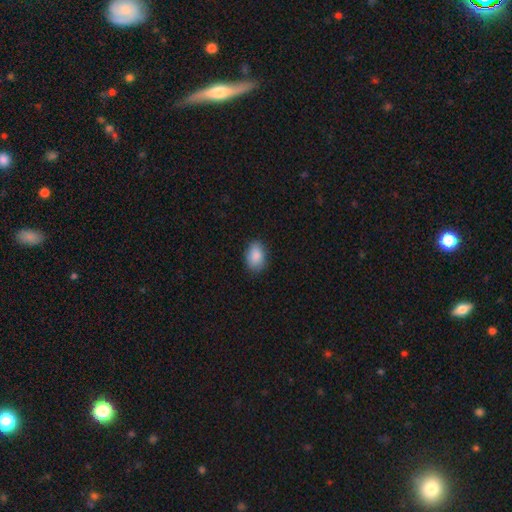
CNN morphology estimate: Q: Smooth or featured?
A: smooth (88%); runner-up: star or artifact (7%)
Q: How rounded?
A: in between (83%); runner-up: round (15%)
Q: Merging?
A: none (84%); runner-up: minor disturbance (12%)